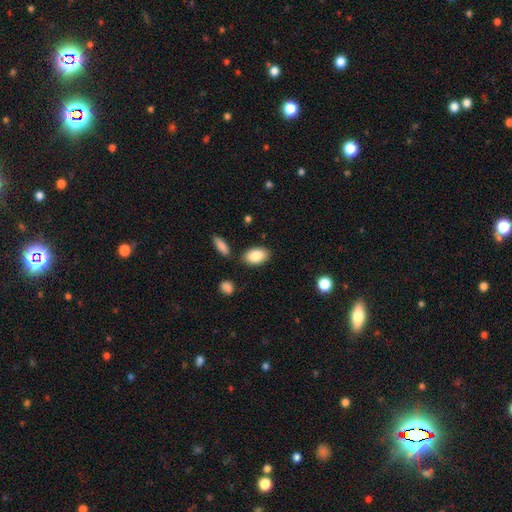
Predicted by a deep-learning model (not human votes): smooth-or-featured: smooth: 87% | featured or disk: 7% | star or artifact: 6%
  how-rounded: in between: 93% | round: 5% | cigar-shaped: 2%
  merging: none: 82% | minor disturbance: 10% | merger: 5% | major disturbance: 3%